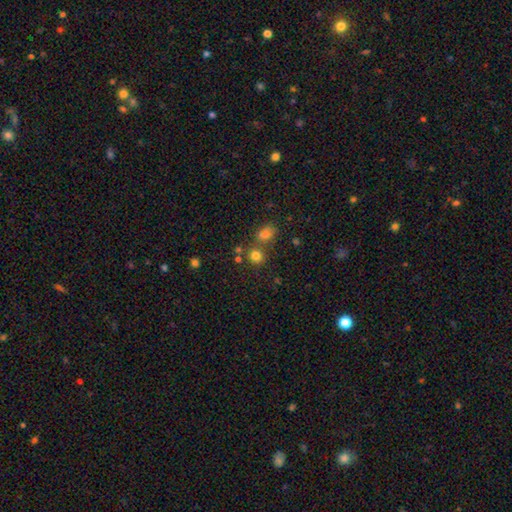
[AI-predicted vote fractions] Smooth or featured? Predicted: smooth (p=0.77). How rounded? Predicted: round (p=0.84). Merging? Predicted: none (p=0.67).